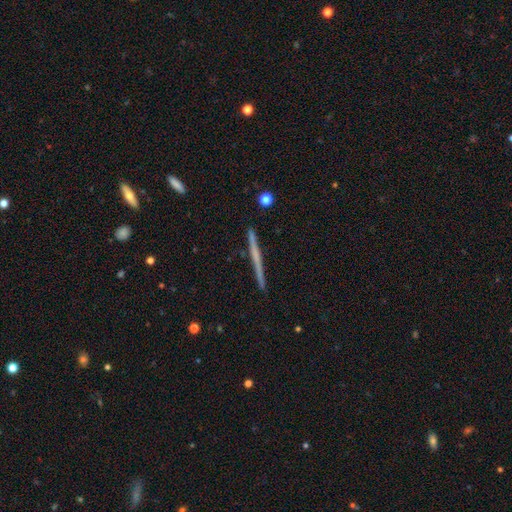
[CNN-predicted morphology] Smooth or featured? featured or disk (60%)
Edge-on disk? yes (98%)
Edge-on bulge? none (82%)
Merging? none (92%)